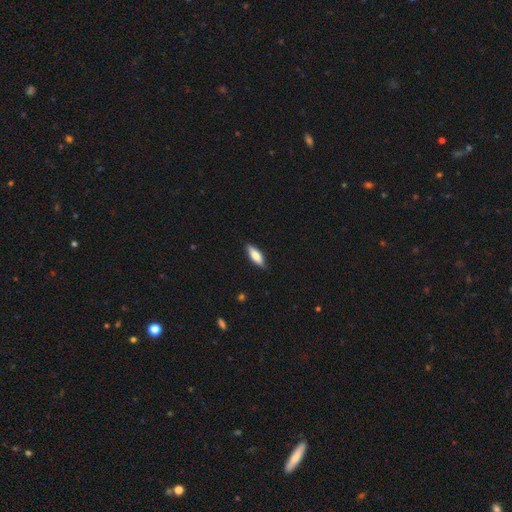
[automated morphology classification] smooth 72%, featured or disk 22%, star or artifact 6%. Down the decision tree: how rounded — in between (59%); merging — none (86%).